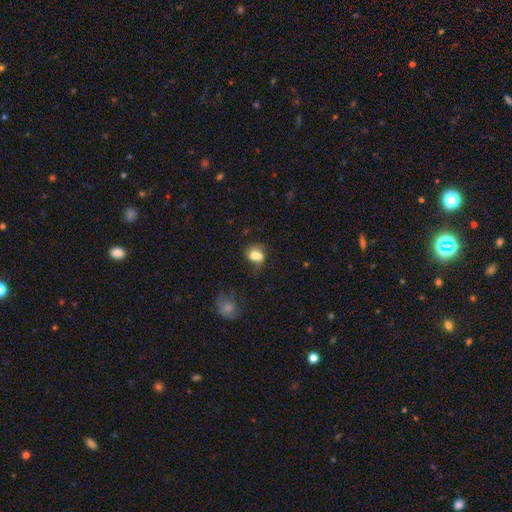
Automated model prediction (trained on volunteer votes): Smooth or featured? Predicted: smooth (p=0.72). How rounded? Predicted: in between (p=0.50). Merging? Predicted: none (p=0.33, tied with merger).